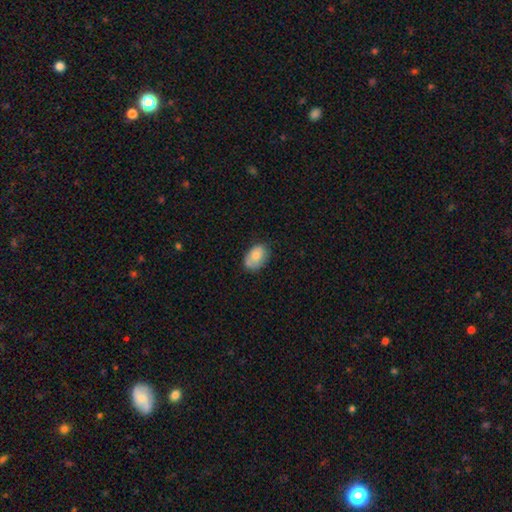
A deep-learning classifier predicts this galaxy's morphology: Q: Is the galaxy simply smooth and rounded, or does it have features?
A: smooth — 76%.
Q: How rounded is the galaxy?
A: in between — 85%.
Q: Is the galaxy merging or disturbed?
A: none — 63%.